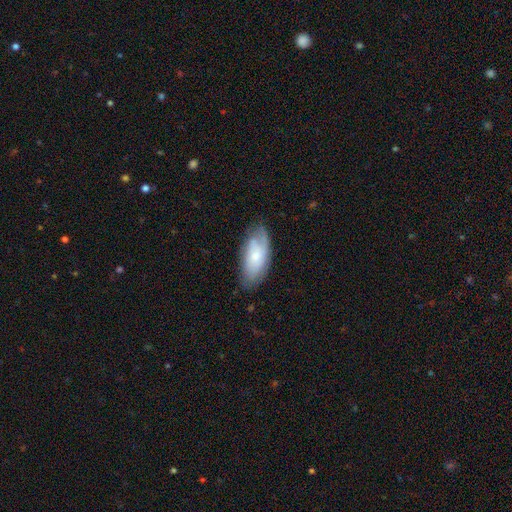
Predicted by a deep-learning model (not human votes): Smooth or featured? smooth (56%)
How rounded? in between (89%)
Merging? none (69%)